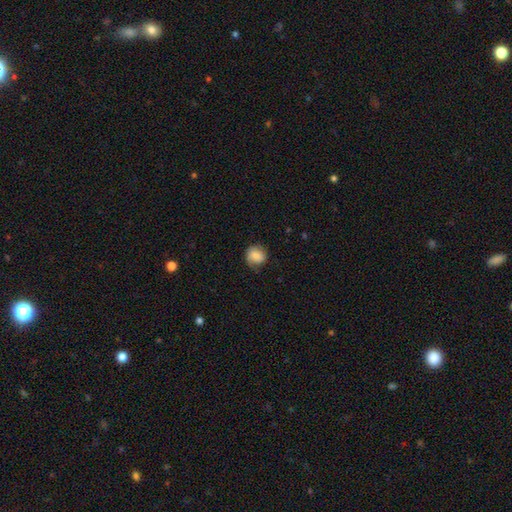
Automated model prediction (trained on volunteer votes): Smooth or featured? smooth (81%)
How rounded? round (78%)
Merging? none (68%)